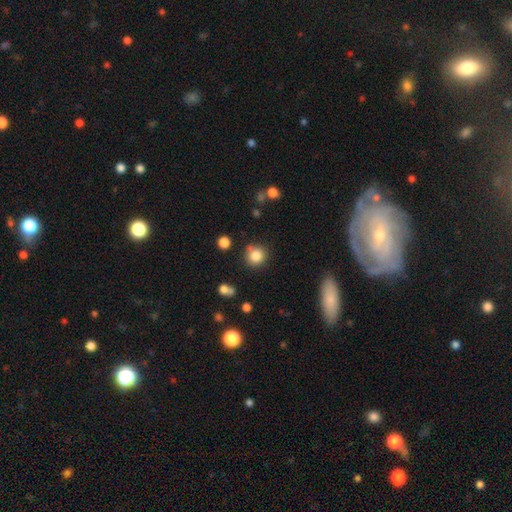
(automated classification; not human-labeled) smooth_or_featured: smooth (p=0.84) [alt: star or artifact p=0.11]
how_rounded: round (p=0.91) [alt: in between p=0.08]
merging: none (p=0.79) [alt: minor disturbance p=0.11]